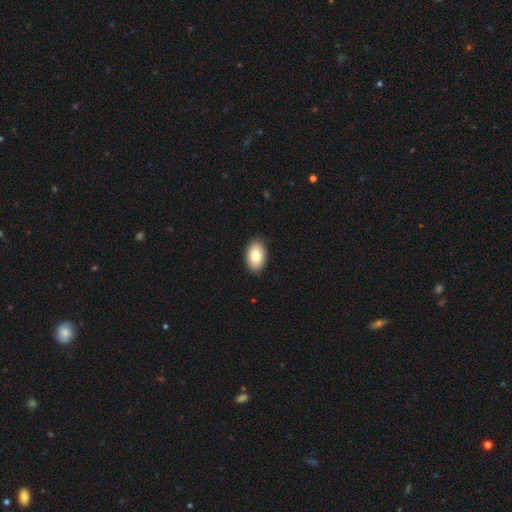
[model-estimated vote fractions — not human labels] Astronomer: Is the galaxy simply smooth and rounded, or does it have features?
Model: smooth — 82%.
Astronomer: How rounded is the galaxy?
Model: in between — 91%.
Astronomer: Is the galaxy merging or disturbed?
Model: none — 90%.